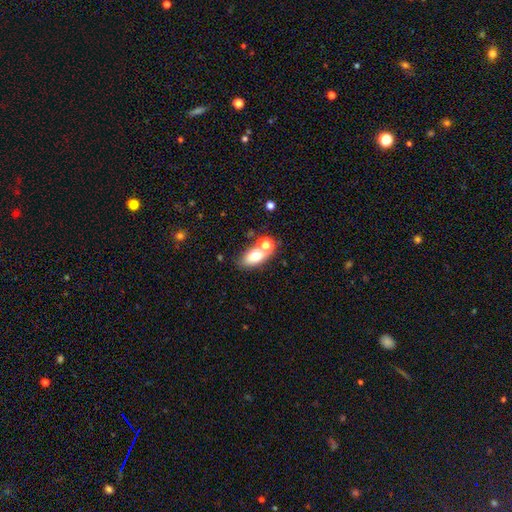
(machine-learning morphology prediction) Smooth or featured? smooth (70%)
How rounded? in between (78%)
Merging? none (47%)